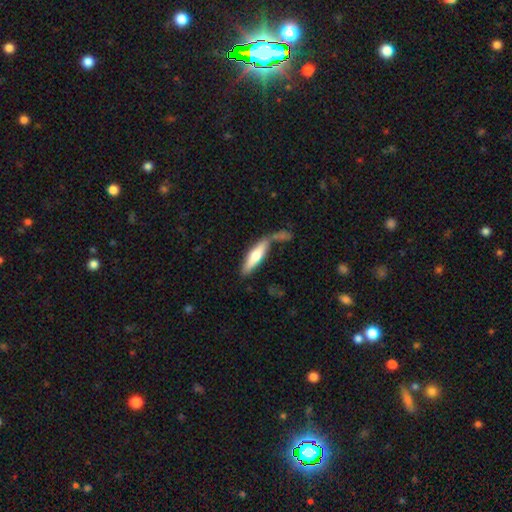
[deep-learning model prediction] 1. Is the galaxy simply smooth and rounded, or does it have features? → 59% smooth, 35% featured or disk, 5% star or artifact.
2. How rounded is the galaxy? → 70% cigar-shaped, 28% in between, 2% round.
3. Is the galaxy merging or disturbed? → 48% none, 24% merger, 18% minor disturbance, 11% major disturbance.